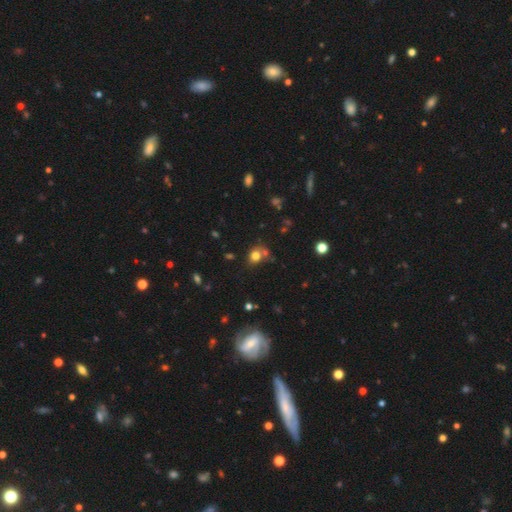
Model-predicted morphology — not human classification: Smooth or featured: smooth — 75% (star or artifact — 16%)
How rounded: round — 64% (in between — 34%)
Merging: none — 58% (merger — 23%)